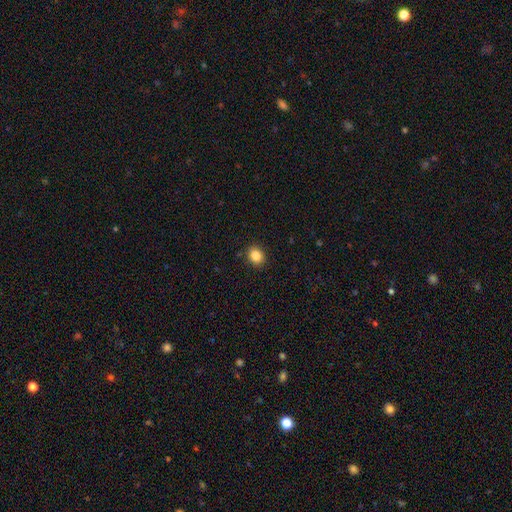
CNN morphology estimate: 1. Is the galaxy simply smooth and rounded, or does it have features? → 85% smooth, 10% star or artifact, 5% featured or disk.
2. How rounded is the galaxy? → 66% round, 33% in between, 1% cigar-shaped.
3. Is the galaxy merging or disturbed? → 90% none, 7% minor disturbance, 2% major disturbance, 1% merger.